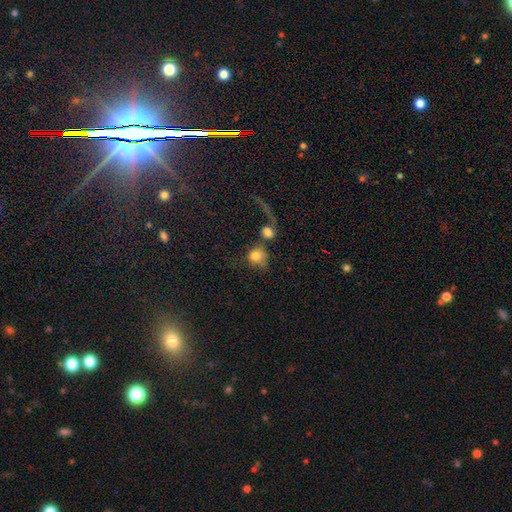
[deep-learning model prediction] This is likely a smooth galaxy (74%). How rounded: likely round (77%). Merging: marginally merger (39%).